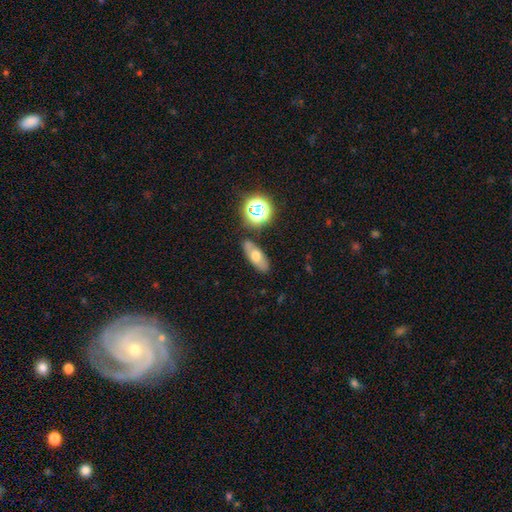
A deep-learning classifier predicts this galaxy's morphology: Smooth or featured? Predicted: smooth (p=0.57). How rounded? Predicted: in between (p=0.72). Merging? Predicted: none (p=0.74).